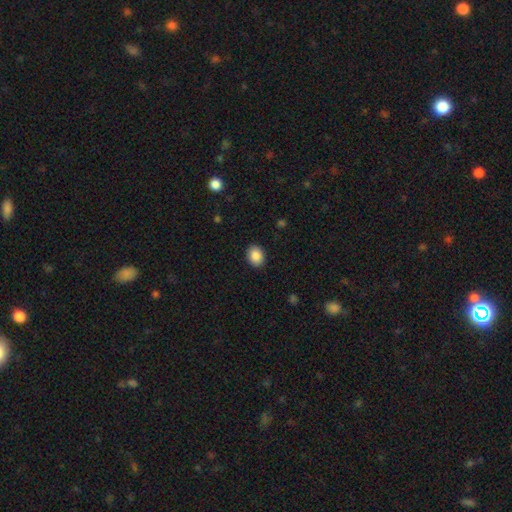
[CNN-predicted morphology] This is clearly a smooth galaxy (88%). How rounded: possibly in between (59%). Merging: clearly none (90%).